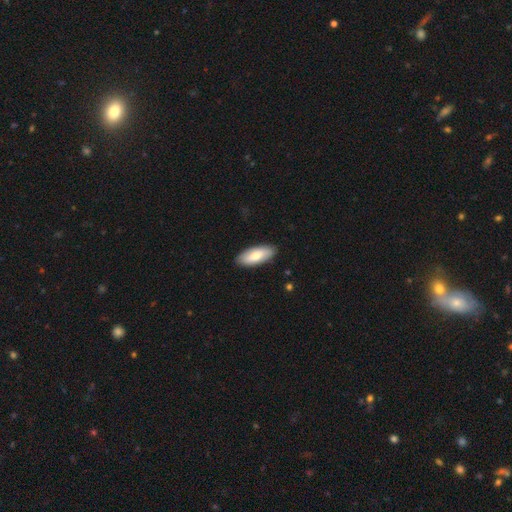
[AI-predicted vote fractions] A smooth galaxy with no disk features (71%) that is in between round and cigar-shaped (83%). Merging: none (89%).